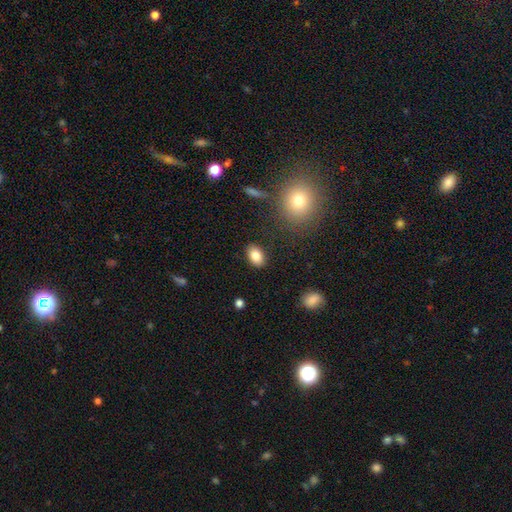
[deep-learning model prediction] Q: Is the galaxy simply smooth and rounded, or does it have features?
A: smooth — 84%.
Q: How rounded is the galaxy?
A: in between — 87%.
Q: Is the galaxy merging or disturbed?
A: none — 87%.